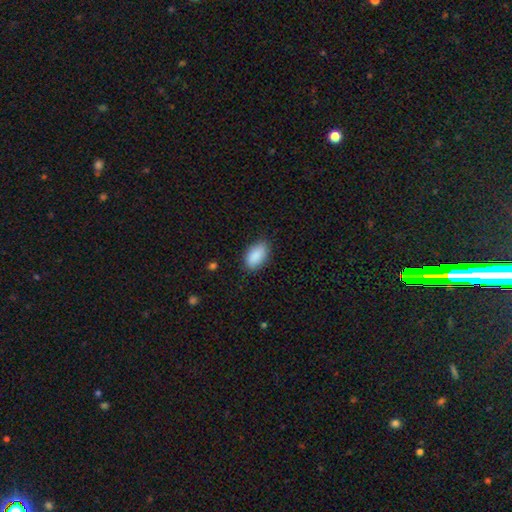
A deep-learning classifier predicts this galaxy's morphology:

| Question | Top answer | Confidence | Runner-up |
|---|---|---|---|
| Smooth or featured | smooth | 89% | star or artifact (6%) |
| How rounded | in between | 93% | round (5%) |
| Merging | none | 83% | minor disturbance (13%) |